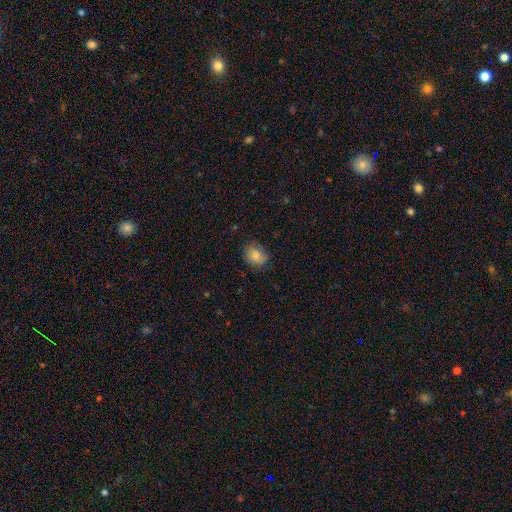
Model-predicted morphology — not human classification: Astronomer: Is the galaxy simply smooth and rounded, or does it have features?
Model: smooth — 80%.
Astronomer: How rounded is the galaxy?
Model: round — 54% (runner-up: in between, 45%).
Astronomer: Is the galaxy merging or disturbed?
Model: none — 75%.